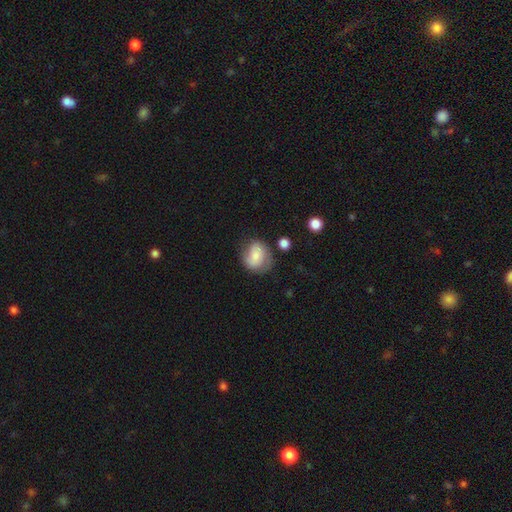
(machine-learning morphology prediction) Smooth or featured?
  - smooth: 63% *
  - featured or disk: 28%
  - star or artifact: 8%
How rounded?
  - round: 59% *
  - in between: 40%
  - cigar-shaped: 1%
Merging?
  - none: 57% *
  - minor disturbance: 27%
  - major disturbance: 11%
  - merger: 4%